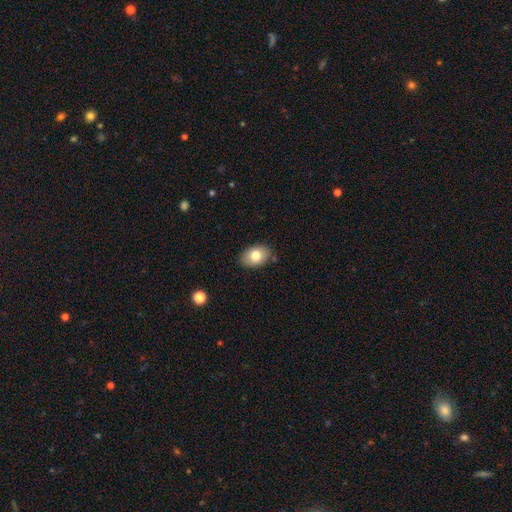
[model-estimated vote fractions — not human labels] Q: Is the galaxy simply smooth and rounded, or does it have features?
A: smooth — 79%.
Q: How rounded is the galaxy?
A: in between — 82%.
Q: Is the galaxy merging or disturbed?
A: none — 84%.